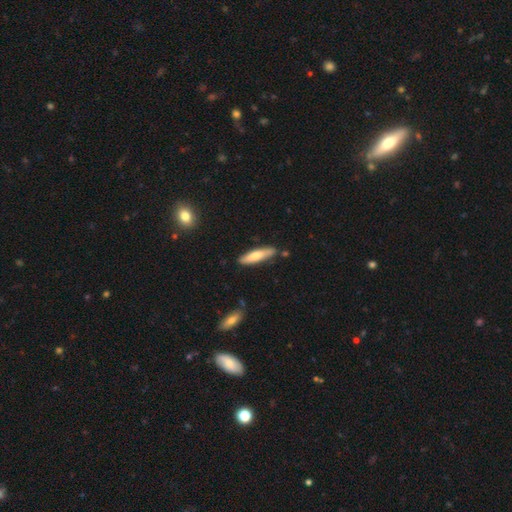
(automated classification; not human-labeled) This is likely a smooth galaxy (69%). How rounded: likely cigar-shaped (78%). Merging: clearly none (81%).